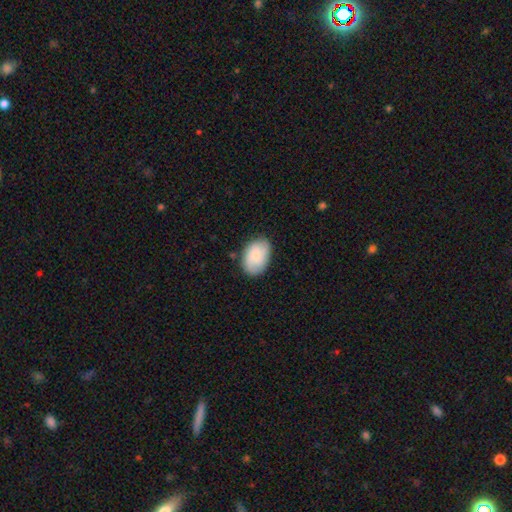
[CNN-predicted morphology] smooth-or-featured: smooth: 66% | featured or disk: 27% | star or artifact: 7%
  how-rounded: in between: 85% | round: 13% | cigar-shaped: 1%
  merging: none: 78% | minor disturbance: 17% | major disturbance: 4% | merger: 1%